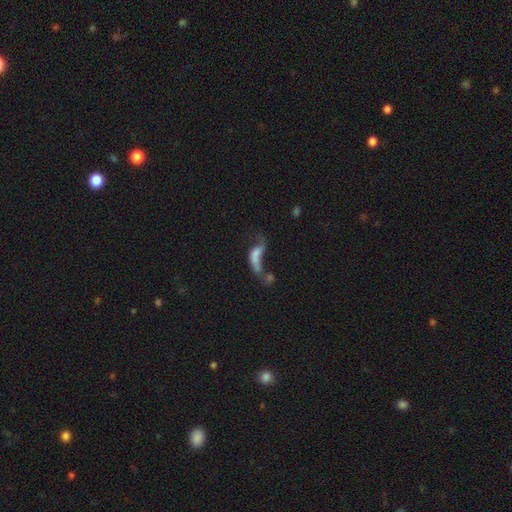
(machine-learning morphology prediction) Smooth or featured: featured or disk — 44% (smooth — 43%)
Merging: merger — 46% (major disturbance — 30%)